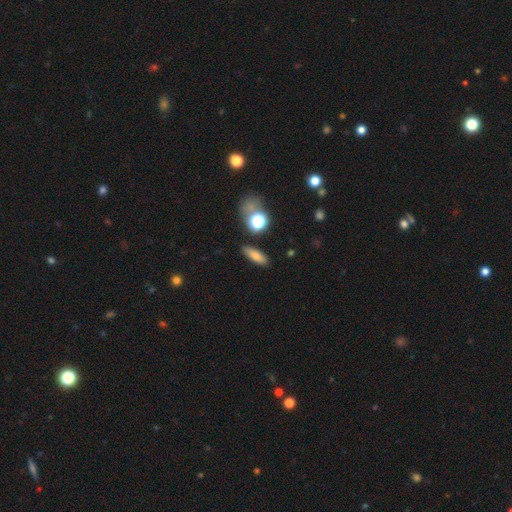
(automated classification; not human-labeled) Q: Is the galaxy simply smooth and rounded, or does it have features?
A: smooth — 74%.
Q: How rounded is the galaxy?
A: in between — 54%.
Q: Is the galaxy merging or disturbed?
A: none — 82%.